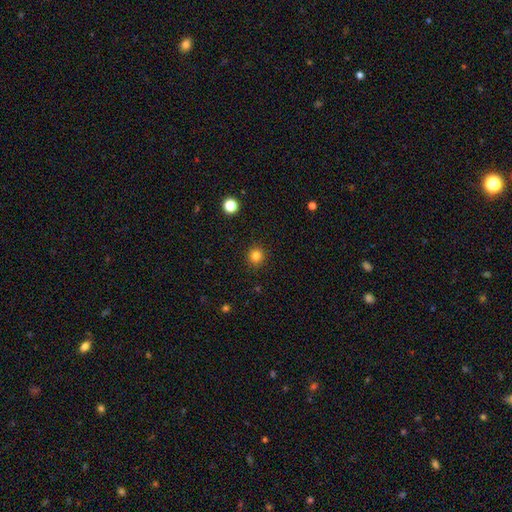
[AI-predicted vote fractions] smooth 83%, star or artifact 13%, featured or disk 5%. Down the decision tree: how rounded — round (92%); merging — none (91%).